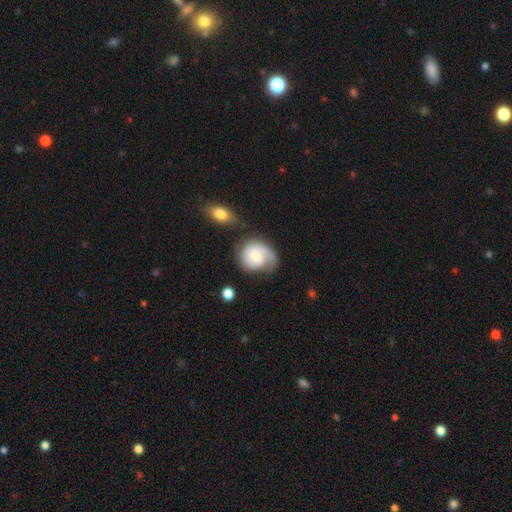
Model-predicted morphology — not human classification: A featured or disk galaxy (53%) with no bar (65%), spiral arms (89%) and a small central bulge (45%).

Vote fractions:
- Smooth or featured? featured or disk: 53% / smooth: 40% / star or artifact: 7%
- Edge-on disk? no: 97% / yes: 3%
- Bar? no: 65% / weak: 31% / strong: 4%
- Spiral arms? yes: 89% / no: 11%
- Bulge size? small: 45% / moderate: 41% / large: 6% / none: 6% / dominant: 2%
- Merging? none: 57% / minor disturbance: 23% / major disturbance: 12% / merger: 7%